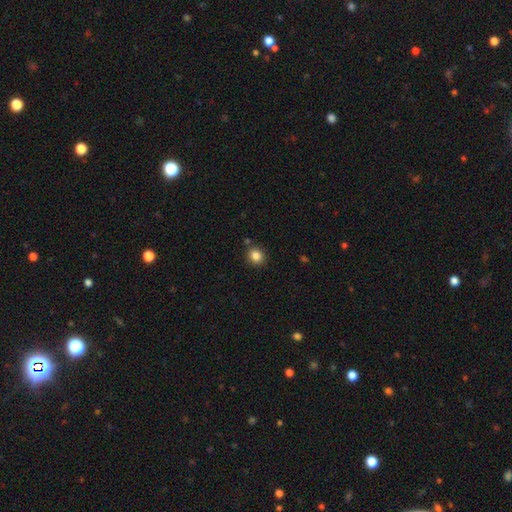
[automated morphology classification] Smooth or featured? smooth (85%)
How rounded? round (84%)
Merging? none (85%)